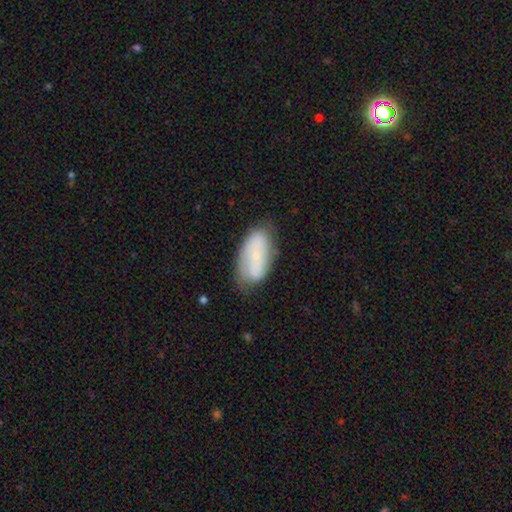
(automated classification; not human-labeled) smooth_or_featured: smooth (p=0.46) [tied with: featured or disk p=0.46]
merging: none (p=0.65) [alt: minor disturbance p=0.25]